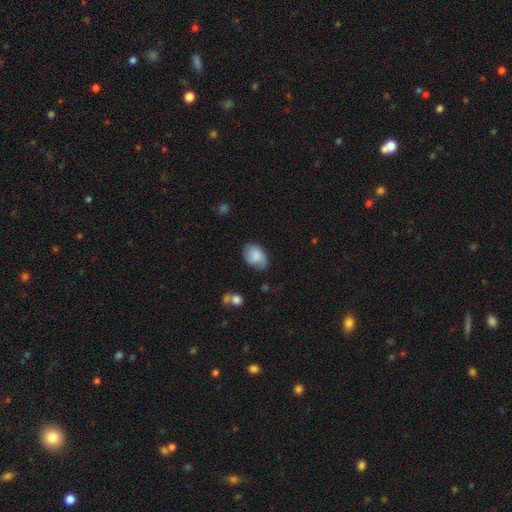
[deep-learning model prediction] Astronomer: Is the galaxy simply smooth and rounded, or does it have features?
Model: smooth — 76%.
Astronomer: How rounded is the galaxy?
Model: in between — 81%.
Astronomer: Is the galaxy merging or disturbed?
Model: none — 59%.